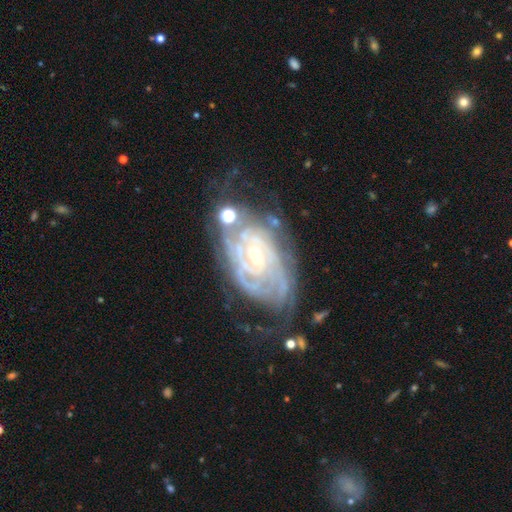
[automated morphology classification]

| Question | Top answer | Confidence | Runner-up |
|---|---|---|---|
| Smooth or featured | featured or disk | 90% | star or artifact (6%) |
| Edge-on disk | no | 96% | yes (4%) |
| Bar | weak | 42% | no (40%) |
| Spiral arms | yes | 97% | no (3%) |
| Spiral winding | tight | 78% | medium (19%) |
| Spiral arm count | can't tell | 30% | 2 (22%) |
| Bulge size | small | 61% | moderate (34%) |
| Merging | none | 54% | minor disturbance (25%) |